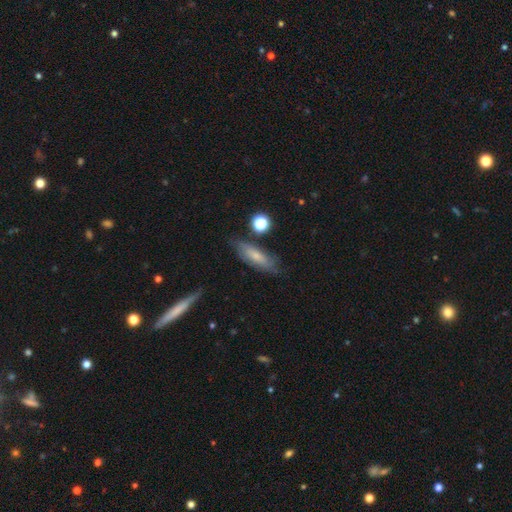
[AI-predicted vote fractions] smooth-or-featured: smooth: 56% | featured or disk: 35% | star or artifact: 9%
  how-rounded: in between: 51% | cigar-shaped: 45% | round: 4%
  merging: none: 69% | minor disturbance: 21% | major disturbance: 6% | merger: 4%